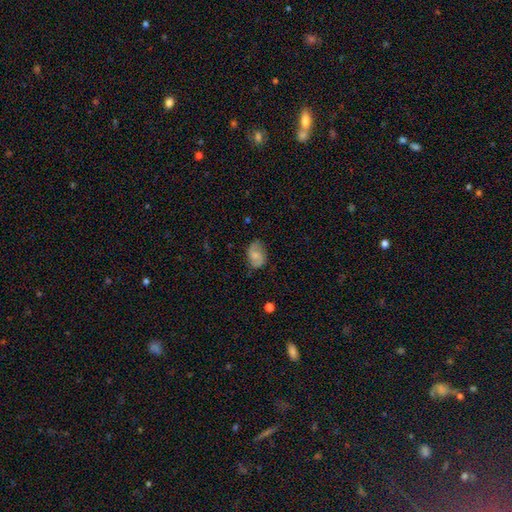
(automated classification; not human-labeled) The model was most divided on "smooth or featured": smooth: 55%, featured or disk: 38%, star or artifact: 8%. More confident: how rounded — in between (82%); merging — none (68%).